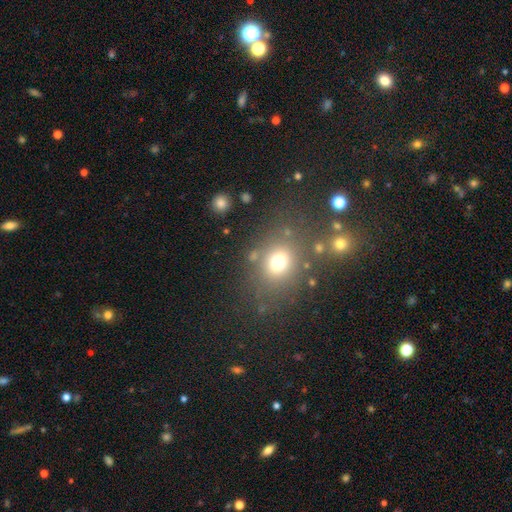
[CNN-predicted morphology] A smooth galaxy with no disk features (55%) that is round (58%).

Vote fractions:
- Smooth or featured? smooth: 55% / star or artifact: 35% / featured or disk: 11%
- How rounded? round: 58% / in between: 40% / cigar-shaped: 2%
- Merging? none: 73% / minor disturbance: 11% / merger: 10% / major disturbance: 5%